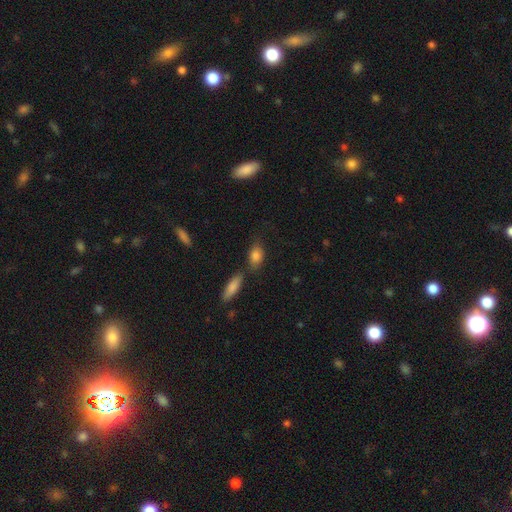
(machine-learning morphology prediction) This appears to be a smooth galaxy with no disk features (83%) that is in between round and cigar-shaped (81%). Merging: none (61%).